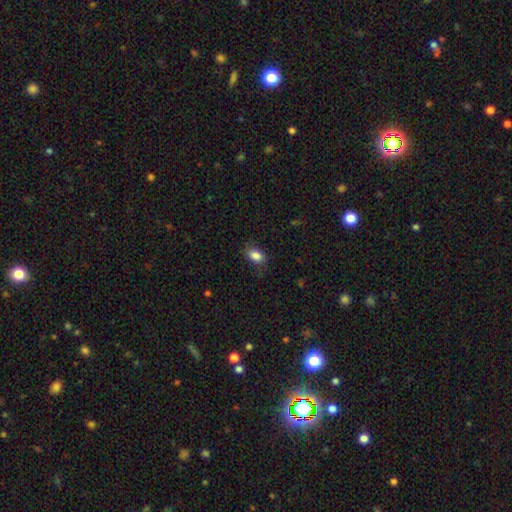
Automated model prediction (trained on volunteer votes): A smooth galaxy with no disk features (86%) that is in between round and cigar-shaped (85%).

Vote fractions:
- Smooth or featured? smooth: 86% / star or artifact: 9% / featured or disk: 5%
- How rounded? in between: 85% / round: 13% / cigar-shaped: 2%
- Merging? none: 76% / minor disturbance: 18% / major disturbance: 5% / merger: 1%